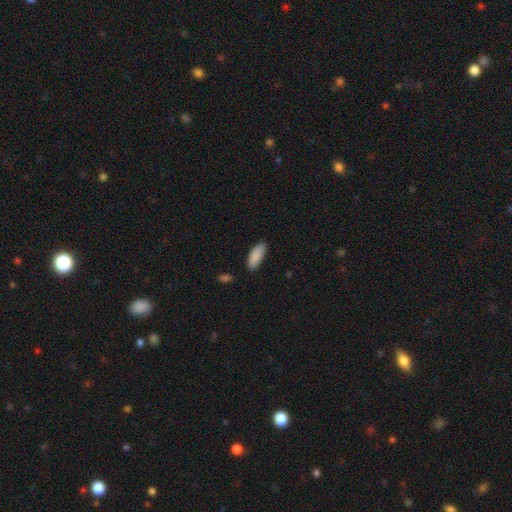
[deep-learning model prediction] A smooth galaxy with no disk features (89%) that is in between round and cigar-shaped (78%). Merging: none (82%).